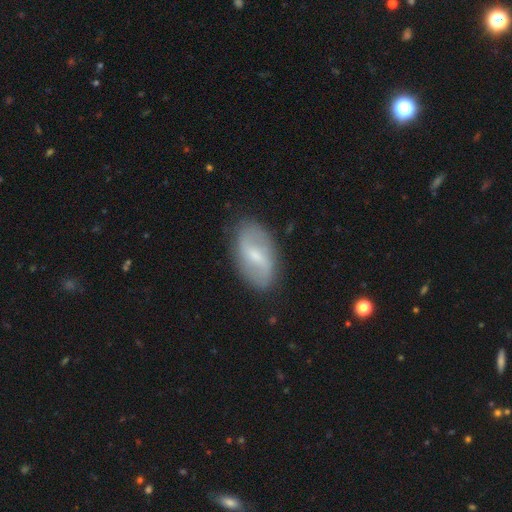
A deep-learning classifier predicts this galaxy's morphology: A featured or disk galaxy (65%) with a weak bar (54%), spiral arms (76%) and a small central bulge (59%). Merging: none (83%).